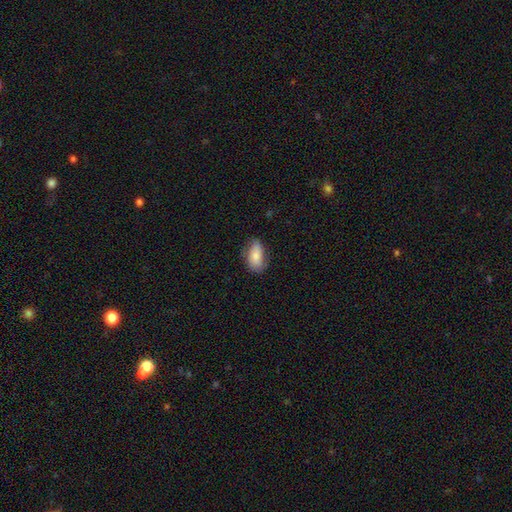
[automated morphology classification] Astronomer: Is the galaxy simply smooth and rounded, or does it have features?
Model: smooth — 78%.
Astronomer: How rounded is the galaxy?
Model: in between — 91%.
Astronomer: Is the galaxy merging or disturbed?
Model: none — 67%.